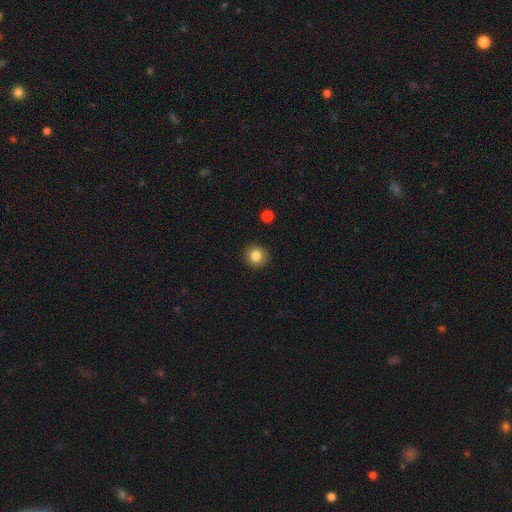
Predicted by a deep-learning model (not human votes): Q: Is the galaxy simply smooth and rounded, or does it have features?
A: smooth — 84%.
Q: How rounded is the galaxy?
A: round — 90%.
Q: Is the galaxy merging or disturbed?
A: none — 91%.